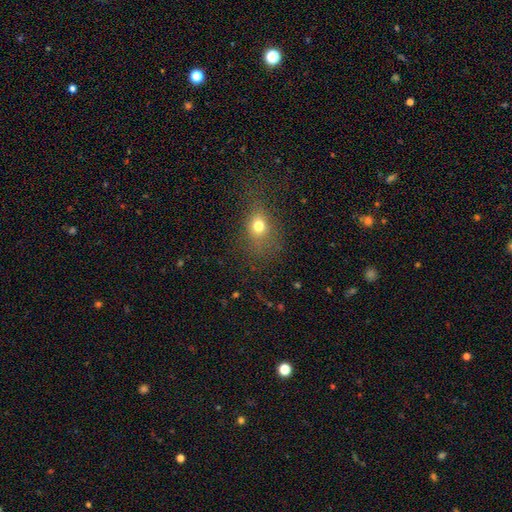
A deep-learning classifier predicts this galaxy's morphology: Smooth or featured: smooth — 57% (star or artifact — 28%)
How rounded: in between — 51% (round — 44%)
Merging: none — 66% (minor disturbance — 19%)